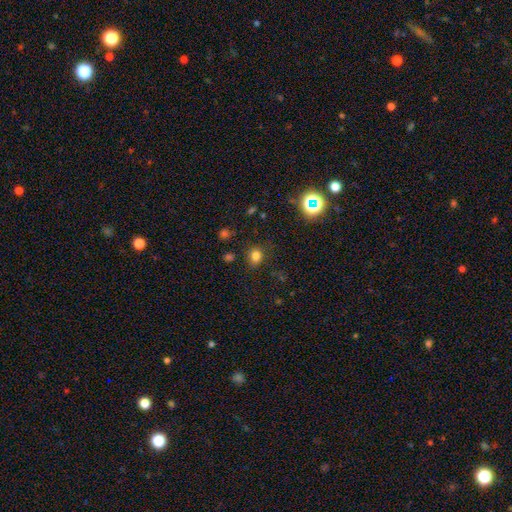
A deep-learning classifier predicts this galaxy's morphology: This is likely a smooth galaxy (77%). How rounded: likely round (65%). Merging: clearly none (82%).